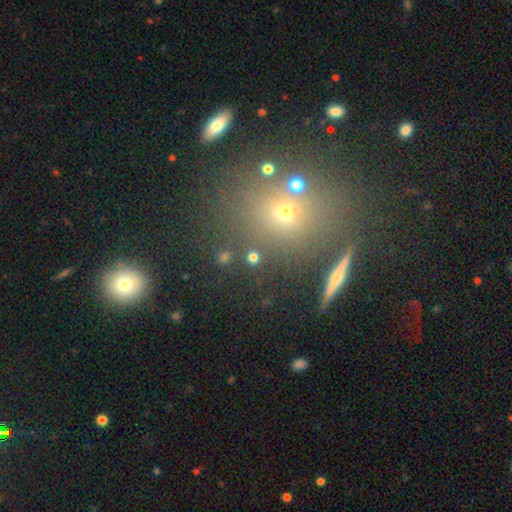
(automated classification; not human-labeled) This is possibly a smooth galaxy (53%). How rounded: likely round (67%). Merging: likely none (75%).